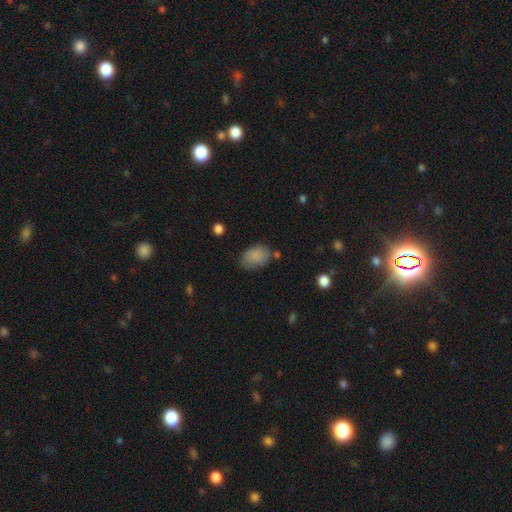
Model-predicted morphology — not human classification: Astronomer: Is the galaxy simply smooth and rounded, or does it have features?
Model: smooth — 85%.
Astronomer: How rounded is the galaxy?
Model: in between — 82%.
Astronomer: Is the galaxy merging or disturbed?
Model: none — 63%.